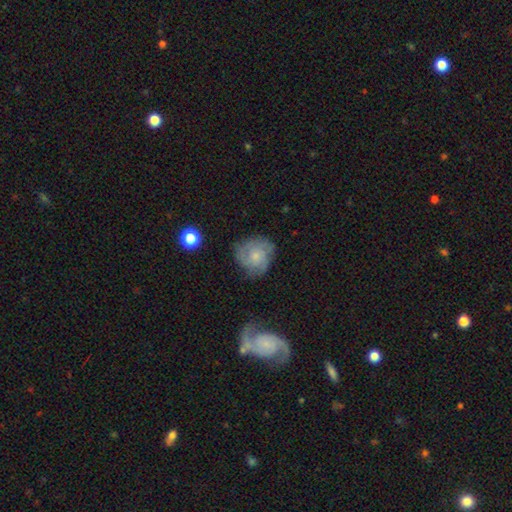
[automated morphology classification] type=featured or disk (53%); edge-on=no (97%); bar=no (81%); spiral arms=yes (84%); bulge=small (54%); merging=none (67%).